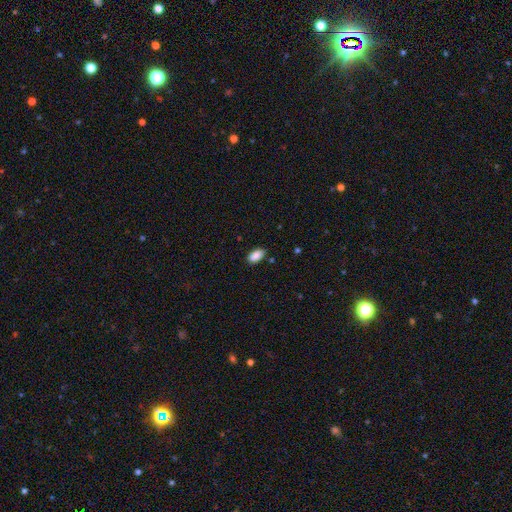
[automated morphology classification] type=smooth (89%); roundness=in between (93%); merging=none (82%).